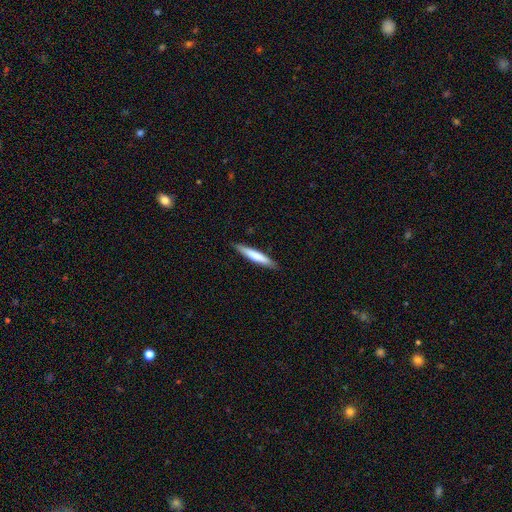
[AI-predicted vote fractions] smooth 72%, featured or disk 23%, star or artifact 5%. Down the decision tree: how rounded — cigar-shaped (92%); merging — none (88%).